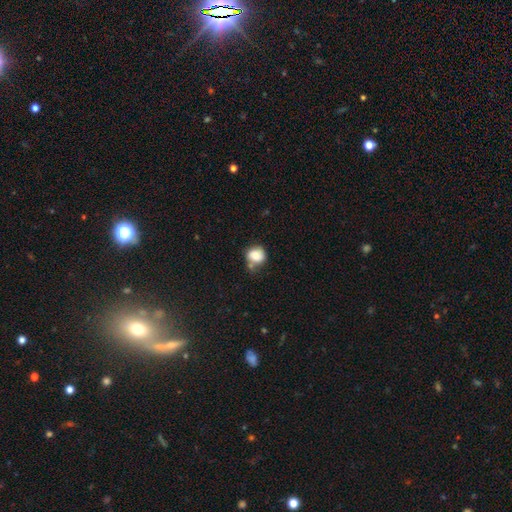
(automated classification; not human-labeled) Q: Smooth or featured?
A: smooth (77%); runner-up: featured or disk (14%)
Q: How rounded?
A: round (76%); runner-up: in between (23%)
Q: Merging?
A: none (47%); runner-up: minor disturbance (28%)